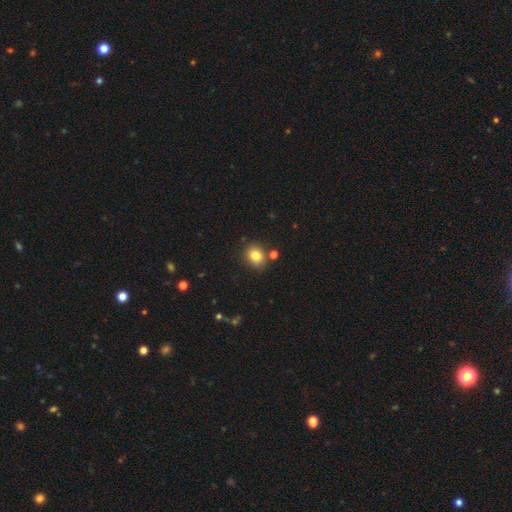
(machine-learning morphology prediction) A smooth galaxy with no disk features (81%) that is round (66%). Merging: none (78%).